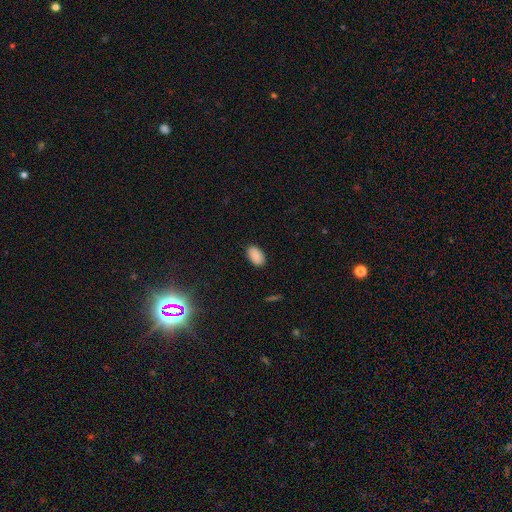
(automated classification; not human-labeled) Smooth or featured? Predicted: smooth (p=0.86). How rounded? Predicted: in between (p=0.92). Merging? Predicted: none (p=0.87).